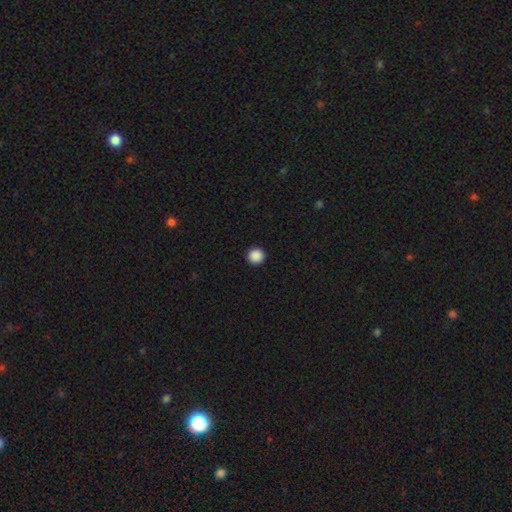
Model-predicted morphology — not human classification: smooth_or_featured: smooth (p=0.89) [alt: star or artifact p=0.09]
how_rounded: round (p=0.96) [alt: in between p=0.03]
merging: none (p=0.94) [alt: minor disturbance p=0.04]